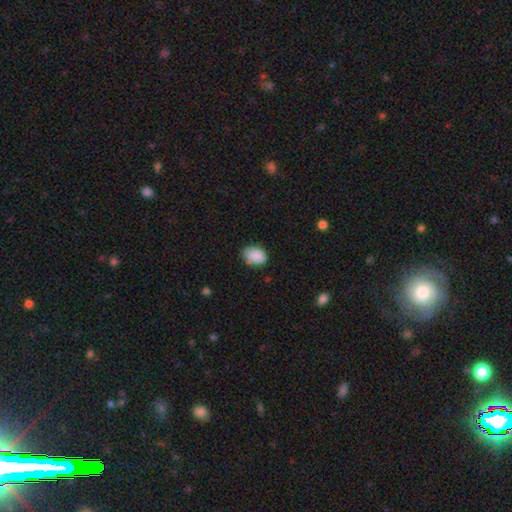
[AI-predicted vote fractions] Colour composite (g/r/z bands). It shows a smooth galaxy with no disk features (87%) that is in between round and cigar-shaped (76%). Merging: none (70%).